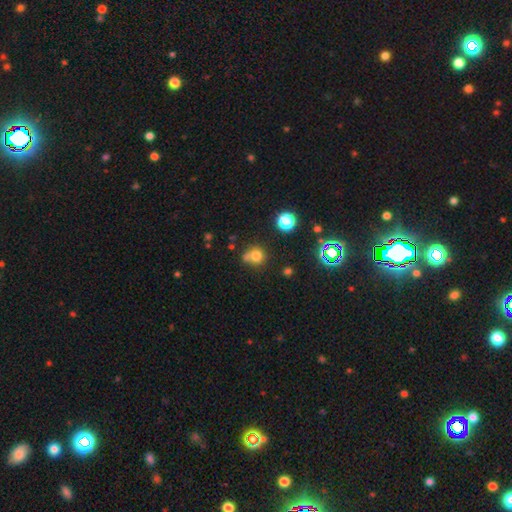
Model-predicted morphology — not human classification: Smooth or featured? smooth (74%)
How rounded? round (83%)
Merging? none (52%)